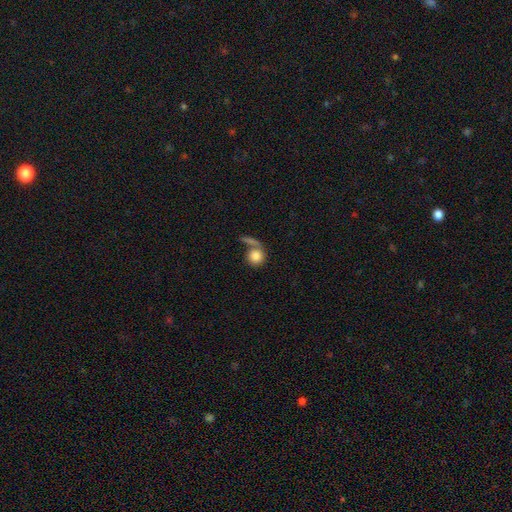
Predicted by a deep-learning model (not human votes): smooth_or_featured: smooth (p=0.81) [alt: featured or disk p=0.11]
how_rounded: round (p=0.88) [alt: in between p=0.10]
merging: none (p=0.49) [alt: merger p=0.30]